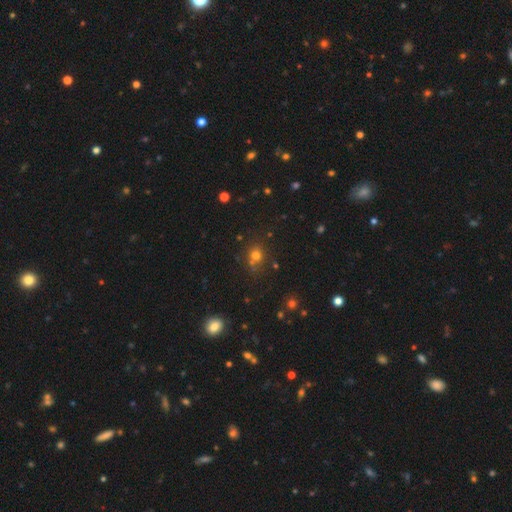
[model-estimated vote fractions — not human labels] Smooth or featured: smooth — 70% (star or artifact — 21%)
How rounded: round — 79% (in between — 20%)
Merging: none — 68% (merger — 15%)